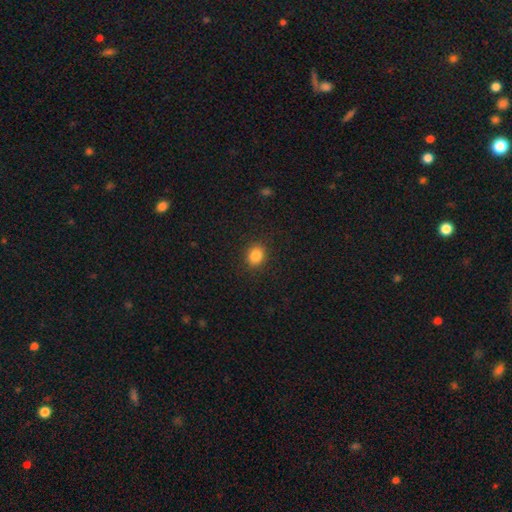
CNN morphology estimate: Smooth or featured? smooth (85%)
How rounded? round (63%)
Merging? none (90%)